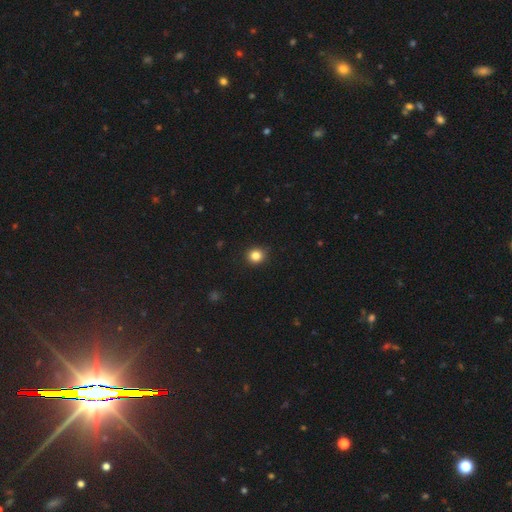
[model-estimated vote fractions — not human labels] The model was most divided on "smooth or featured": smooth: 83%, star or artifact: 12%, featured or disk: 5%. More confident: merging — none (90%); how rounded — round (86%).